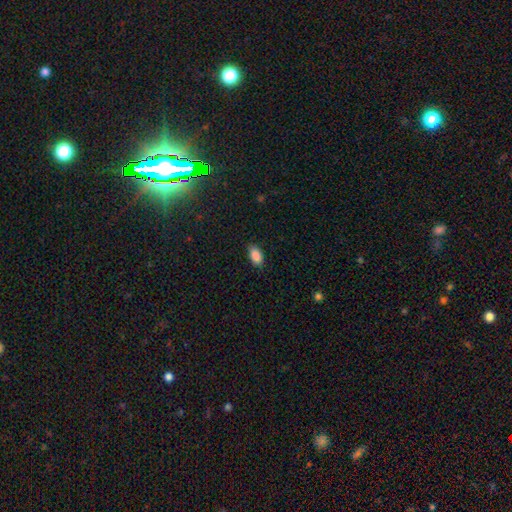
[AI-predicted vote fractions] A smooth galaxy with no disk features (88%) that is in between round and cigar-shaped (93%). Merging: none (86%).